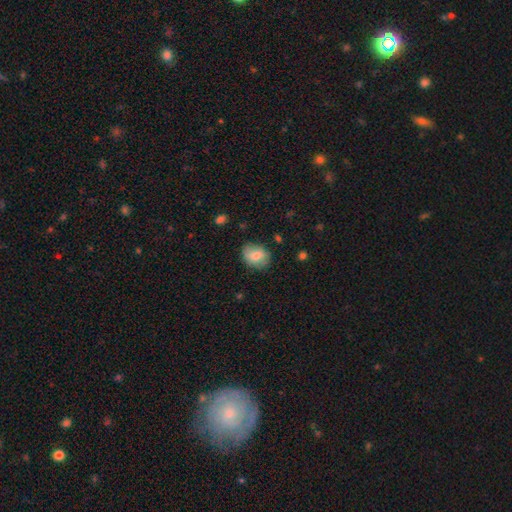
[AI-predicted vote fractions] A smooth galaxy with no disk features (76%) that is in between round and cigar-shaped (56%).

Vote fractions:
- Smooth or featured? smooth: 76% / featured or disk: 16% / star or artifact: 8%
- How rounded? in between: 56% / round: 43% / cigar-shaped: 1%
- Merging? none: 78% / minor disturbance: 17% / major disturbance: 4% / merger: 1%